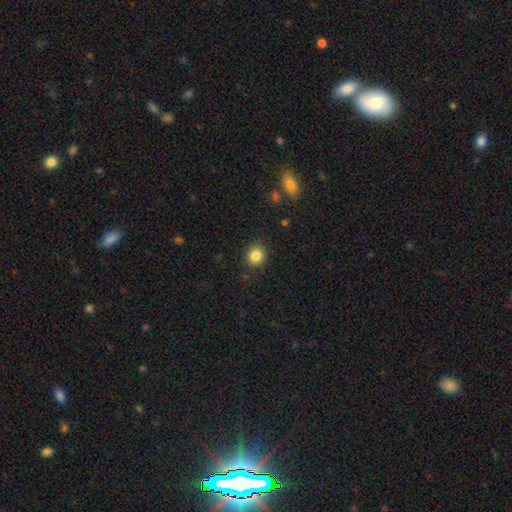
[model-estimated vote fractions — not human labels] The model was most divided on "how rounded": round: 81%, in between: 18%, cigar-shaped: 1%. More confident: merging — none (88%); smooth or featured — smooth (84%).